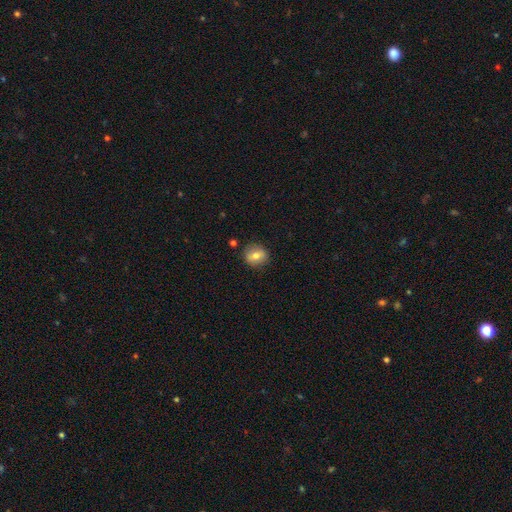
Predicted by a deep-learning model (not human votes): Smooth or featured: smooth — 71% (featured or disk — 20%)
How rounded: round — 75% (in between — 24%)
Merging: none — 85% (minor disturbance — 11%)